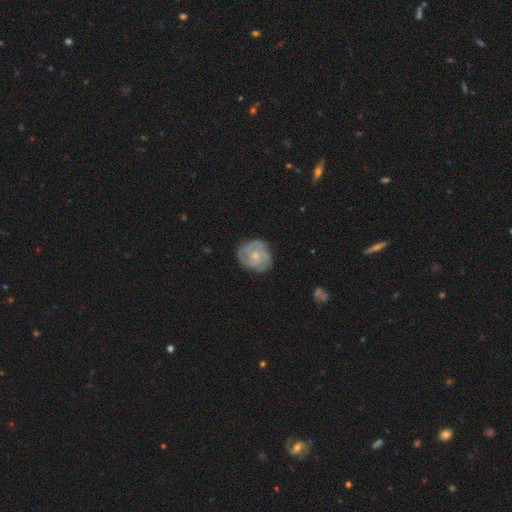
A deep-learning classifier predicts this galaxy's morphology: type=featured or disk (80%); edge-on=no (98%); bar=no (75%); spiral arms=yes (94%); winding=tight (65%); arm count=3 (38%); bulge=small (60%); merging=none (77%).